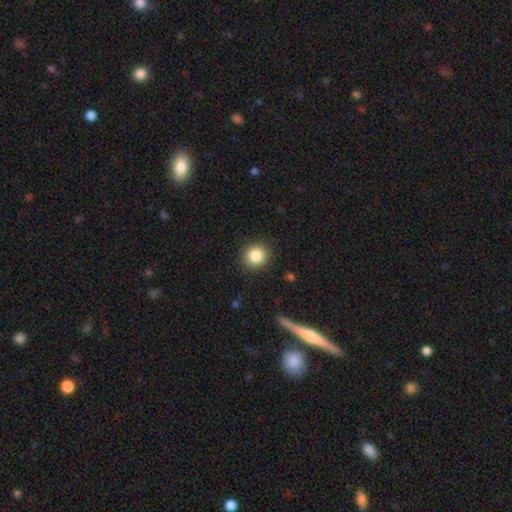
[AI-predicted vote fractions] smooth-or-featured: smooth: 85% | star or artifact: 10% | featured or disk: 6%
  how-rounded: round: 89% | in between: 10% | cigar-shaped: 1%
  merging: none: 90% | minor disturbance: 7% | major disturbance: 2% | merger: 1%